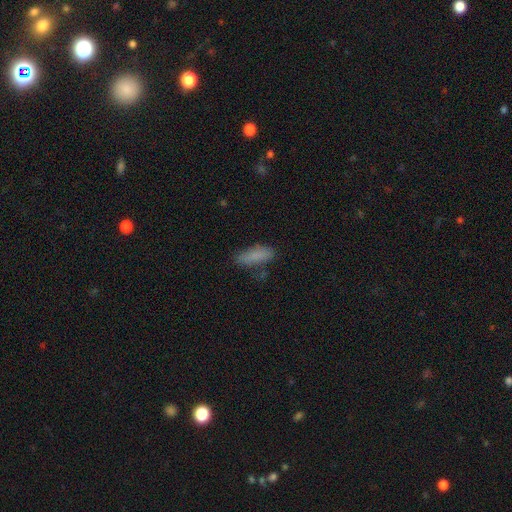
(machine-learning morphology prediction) This appears to be a smooth galaxy with no disk features (84%) that is in between round and cigar-shaped (56%). Merging: none (72%).